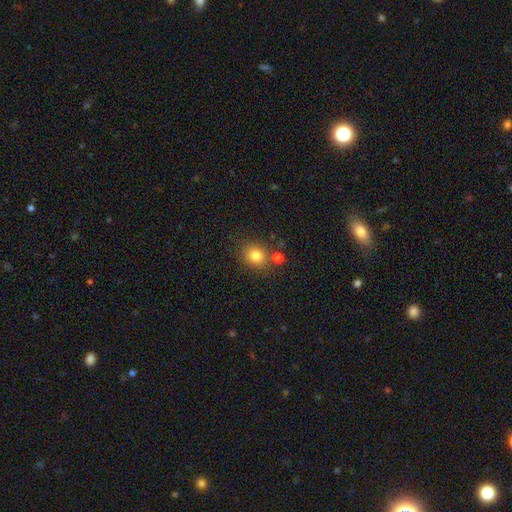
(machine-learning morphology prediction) Q: Smooth or featured?
A: smooth (80%); runner-up: star or artifact (12%)
Q: How rounded?
A: round (66%); runner-up: in between (33%)
Q: Merging?
A: none (73%); runner-up: merger (12%)